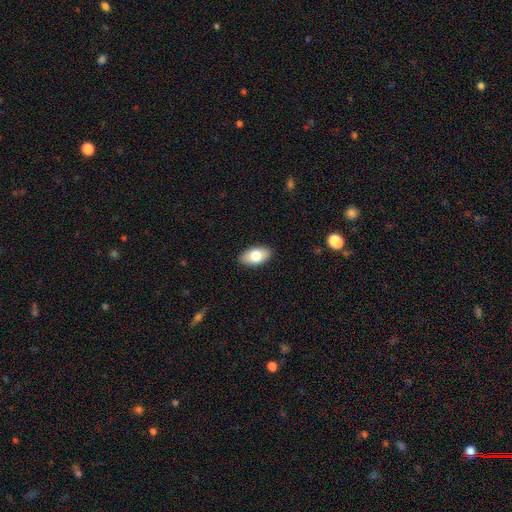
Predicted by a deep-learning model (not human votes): This is likely a smooth galaxy (78%). How rounded: clearly in between (94%). Merging: clearly none (89%).